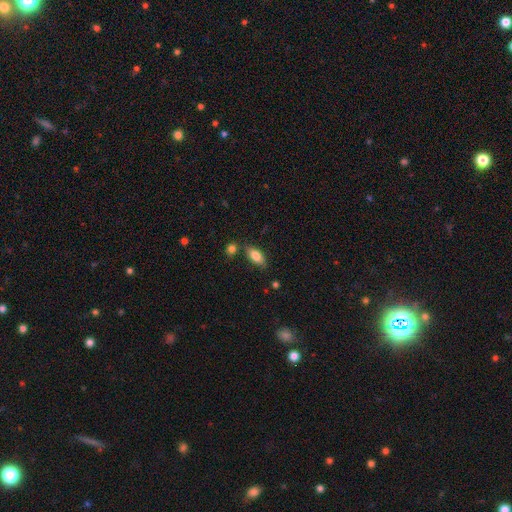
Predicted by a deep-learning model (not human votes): This is clearly a smooth galaxy (81%). How rounded: clearly in between (87%). Merging: likely none (76%).